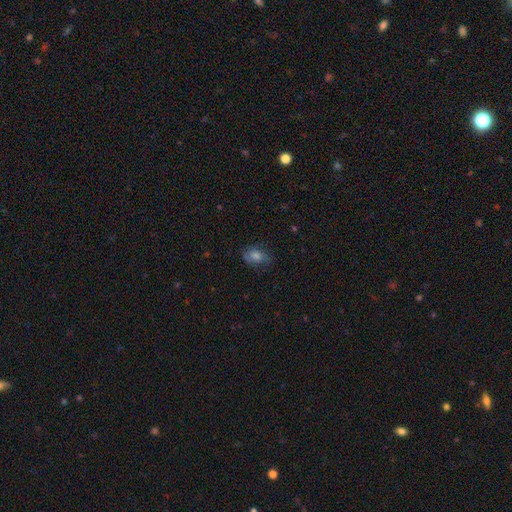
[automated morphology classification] This is possibly a smooth galaxy (59%). How rounded: likely in between (74%). Merging: likely none (70%).